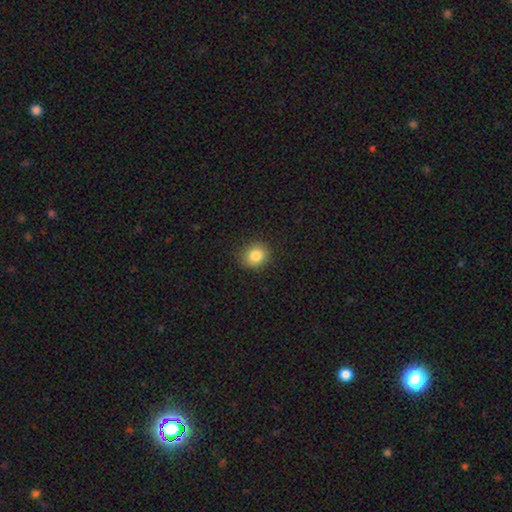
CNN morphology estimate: Smooth or featured: smooth — 84% (star or artifact — 10%)
How rounded: round — 78% (in between — 21%)
Merging: none — 88% (minor disturbance — 8%)